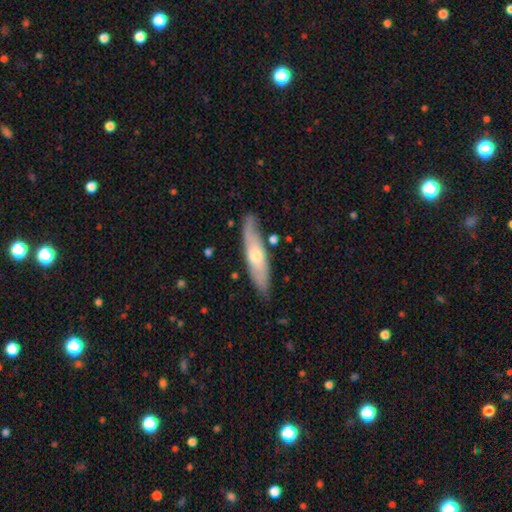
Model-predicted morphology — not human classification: Smooth or featured? featured or disk (53%)
Edge-on disk? yes (57%)
Merging? none (79%)